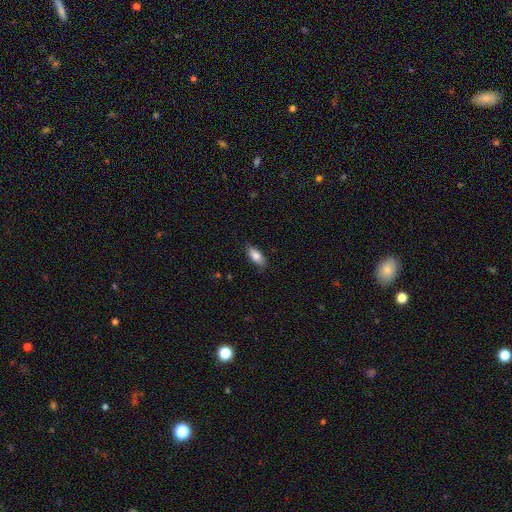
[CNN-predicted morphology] Overall: smooth (83%). How rounded: in between (81%). Merging: none (83%).